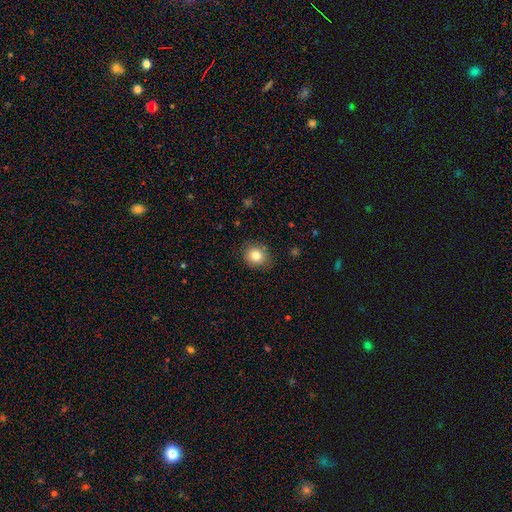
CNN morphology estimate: Smooth or featured?
  - smooth: 82% *
  - star or artifact: 10%
  - featured or disk: 8%
How rounded?
  - round: 72% *
  - in between: 27%
  - cigar-shaped: 1%
Merging?
  - none: 86% *
  - minor disturbance: 11%
  - major disturbance: 3%
  - merger: 1%